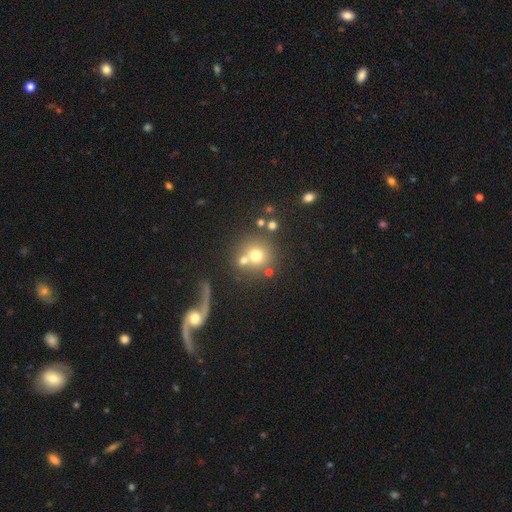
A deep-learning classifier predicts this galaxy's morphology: smooth-or-featured: smooth: 69% | featured or disk: 17% | star or artifact: 15%
  how-rounded: round: 91% | in between: 8% | cigar-shaped: 1%
  merging: none: 57% | merger: 29% | minor disturbance: 9% | major disturbance: 5%